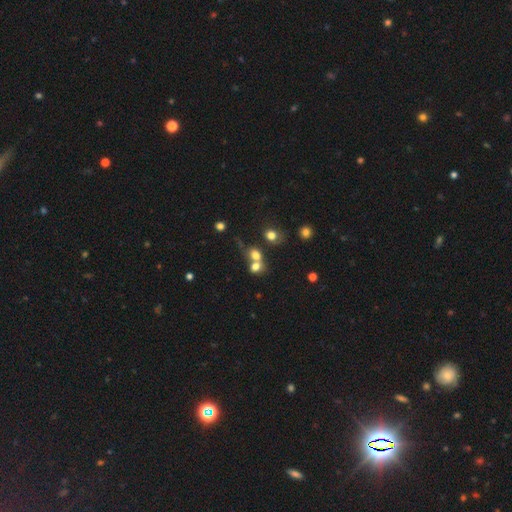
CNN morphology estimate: Smooth or featured: smooth — 72% (star or artifact — 15%)
How rounded: round — 66% (in between — 32%)
Merging: merger — 57% (none — 31%)